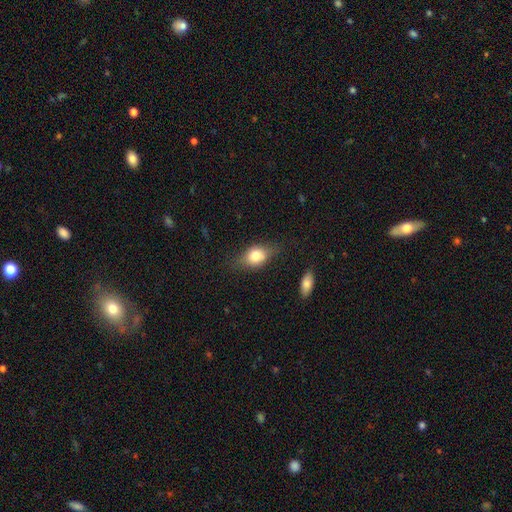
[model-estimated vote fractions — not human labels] smooth 70%, featured or disk 21%, star or artifact 9%. Down the decision tree: how rounded — in between (68%); merging — none (66%).